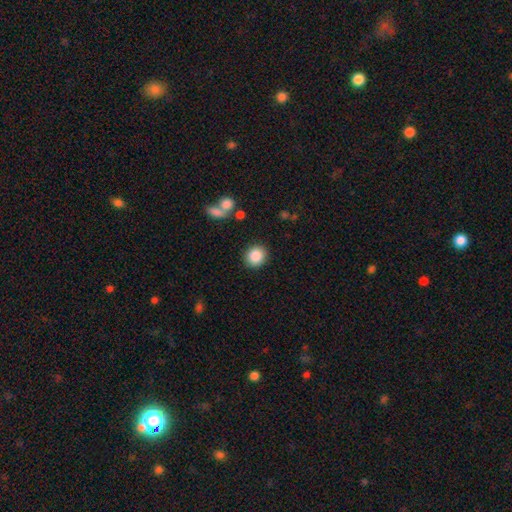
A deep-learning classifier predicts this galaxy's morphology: Overall: smooth (87%). How rounded: round (83%). Merging: none (87%).